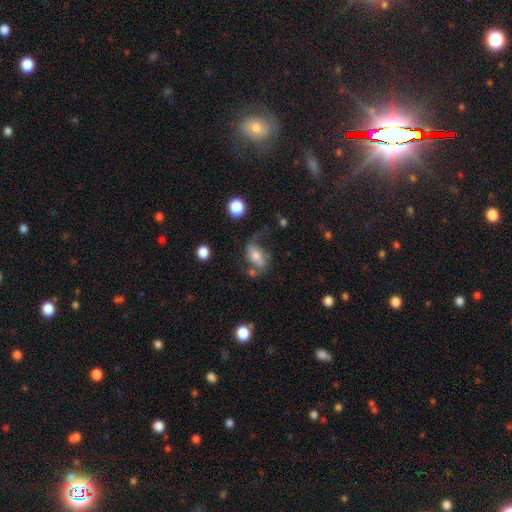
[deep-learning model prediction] This appears to be a featured or disk galaxy (61%) with no bar (41%), spiral arms (86%) and a moderate central bulge (54%). Merging: none (47%).